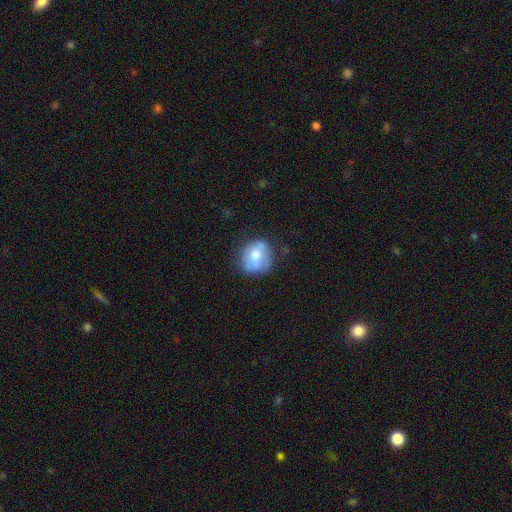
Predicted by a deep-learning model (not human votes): smooth-or-featured: smooth: 62% | featured or disk: 30% | star or artifact: 8%
  how-rounded: round: 72% | in between: 27% | cigar-shaped: 1%
  merging: none: 60% | minor disturbance: 27% | major disturbance: 10% | merger: 3%